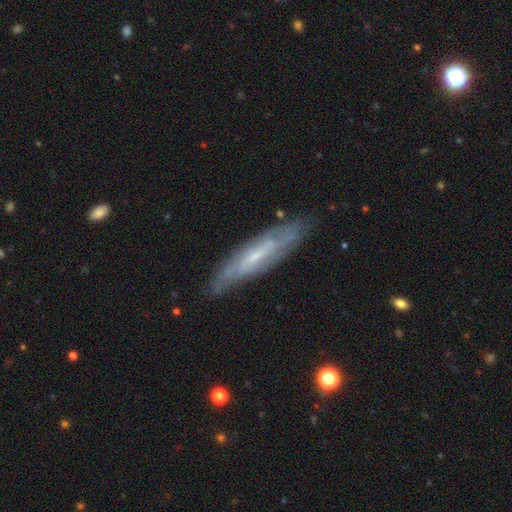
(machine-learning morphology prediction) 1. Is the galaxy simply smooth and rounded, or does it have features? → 68% featured or disk, 26% smooth, 7% star or artifact.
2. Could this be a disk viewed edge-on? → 52% yes, 48% no.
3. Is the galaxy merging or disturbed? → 80% none, 15% minor disturbance, 4% major disturbance, 2% merger.